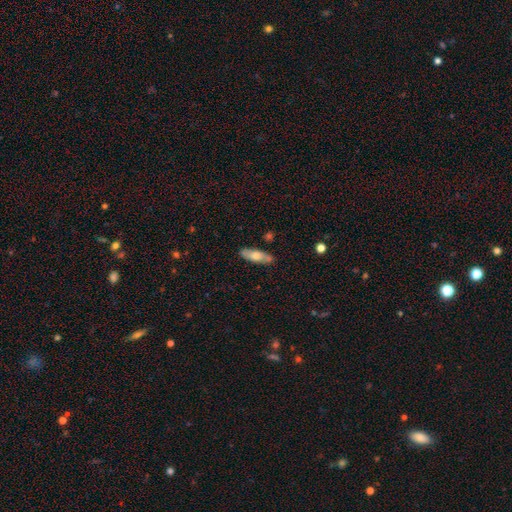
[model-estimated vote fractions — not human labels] The model was most divided on "how rounded": in between: 55%, cigar-shaped: 42%, round: 2%. More confident: merging — none (83%); smooth or featured — smooth (64%).